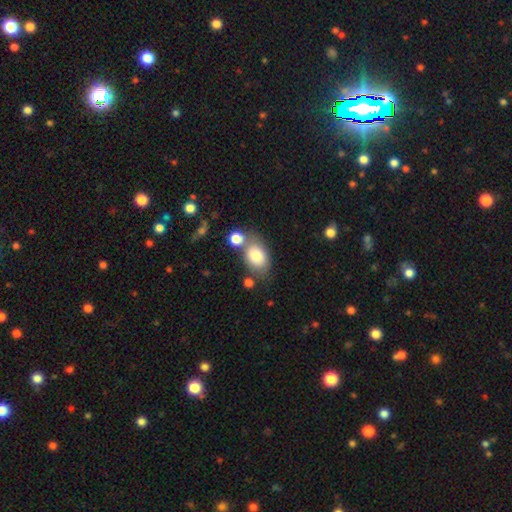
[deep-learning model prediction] Q: Smooth or featured?
A: smooth (80%); runner-up: featured or disk (12%)
Q: How rounded?
A: in between (83%); runner-up: round (15%)
Q: Merging?
A: none (55%); runner-up: merger (23%)